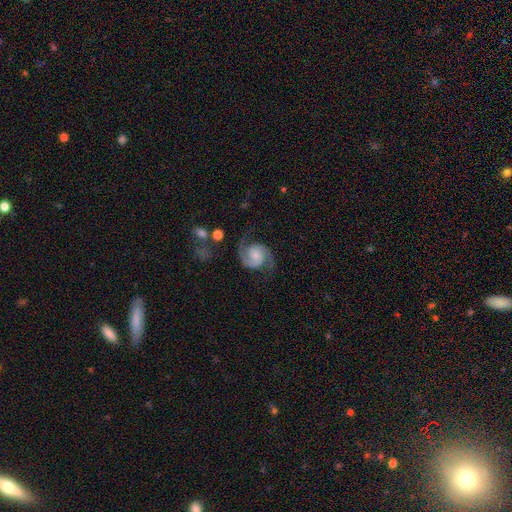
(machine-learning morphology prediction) This is clearly a featured or disk galaxy (91%). It is clearly not viewed edge-on (98%). Bar: likely no (69%). Spiral arm pattern: clearly yes (98%). Spiral arm count: clearly 2 (94%). Spiral winding: possibly medium (57%). Central bulge: marginally small (35%). Merging: likely none (76%).